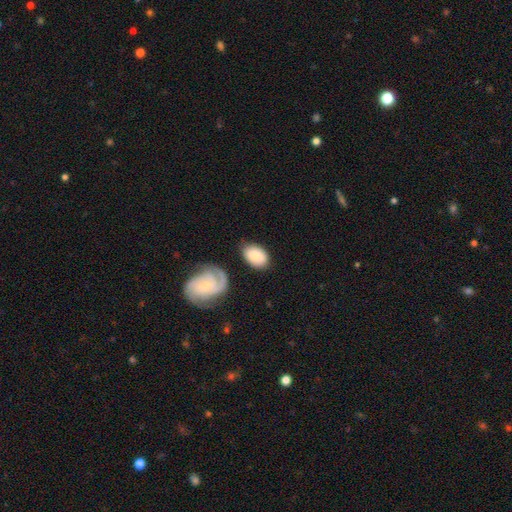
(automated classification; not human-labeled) This is likely a smooth galaxy (75%). How rounded: clearly in between (85%). Merging: likely none (68%).